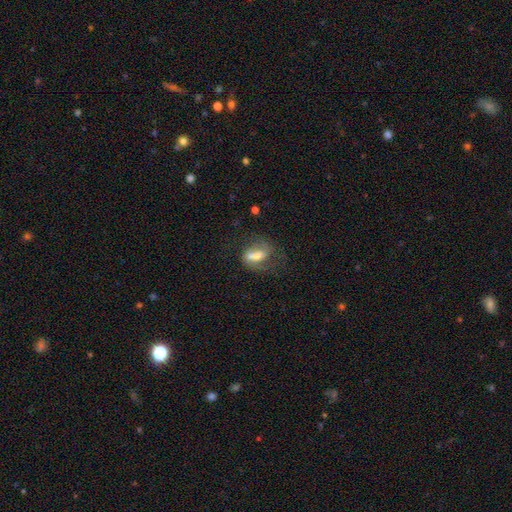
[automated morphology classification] This is possibly a smooth galaxy (49%). Merging: marginally none (34%).